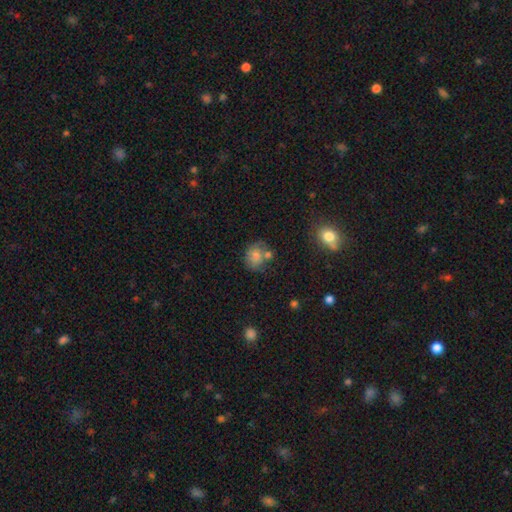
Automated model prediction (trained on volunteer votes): Smooth or featured? Predicted: smooth (p=0.72). How rounded? Predicted: round (p=0.62). Merging? Predicted: none (p=0.57).